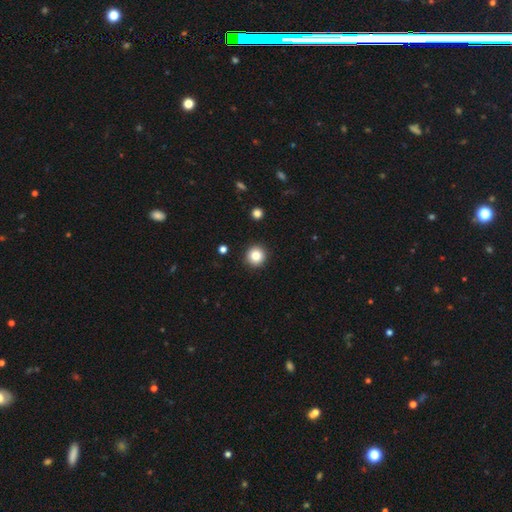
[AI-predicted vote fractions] Overall: smooth (84%). How rounded: round (95%). Merging: none (93%).